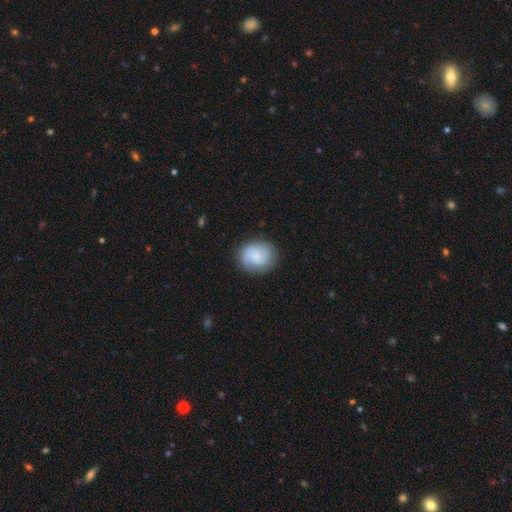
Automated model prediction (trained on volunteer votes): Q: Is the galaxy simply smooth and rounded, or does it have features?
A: smooth — 58%.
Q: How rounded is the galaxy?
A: round — 63%.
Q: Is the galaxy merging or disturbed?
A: none — 79%.